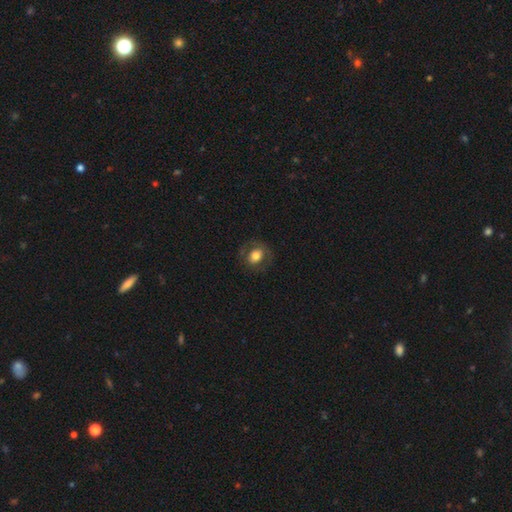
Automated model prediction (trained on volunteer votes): Overall: smooth (64%; featured or disk 28%). How rounded: round (55%; in between 44%). Merging: none (77%).